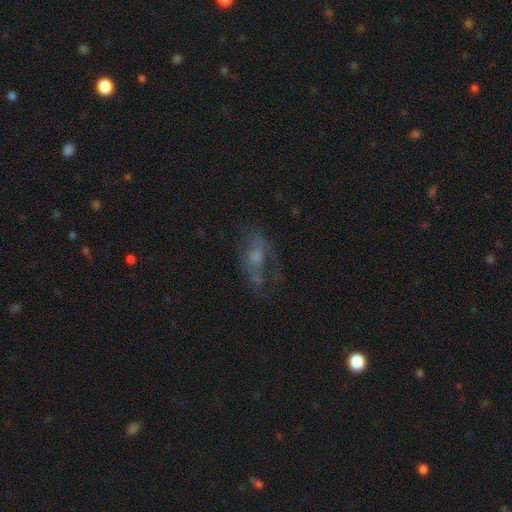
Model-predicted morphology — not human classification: A featured or disk galaxy (51%).

Vote fractions:
- Smooth or featured? featured or disk: 51% / smooth: 36% / star or artifact: 13%
- Edge-on disk? no: 91% / yes: 9%
- Merging? none: 39% / major disturbance: 36% / minor disturbance: 22% / merger: 3%